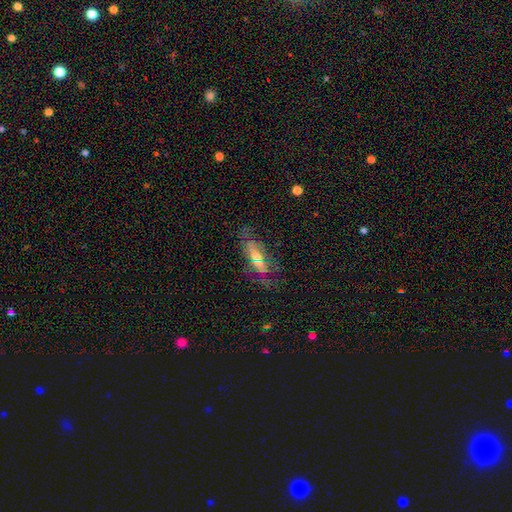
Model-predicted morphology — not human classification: Smooth or featured? featured or disk (57%)
Edge-on disk? no (68%)
Merging? none (63%)